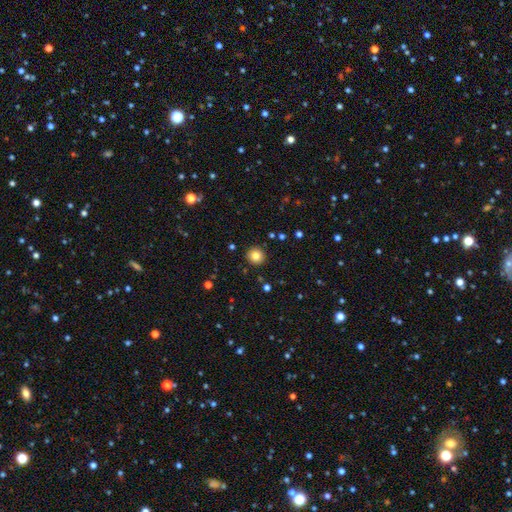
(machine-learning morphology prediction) Smooth or featured: smooth — 81% (star or artifact — 11%)
How rounded: round — 94% (in between — 5%)
Merging: none — 92% (minor disturbance — 5%)